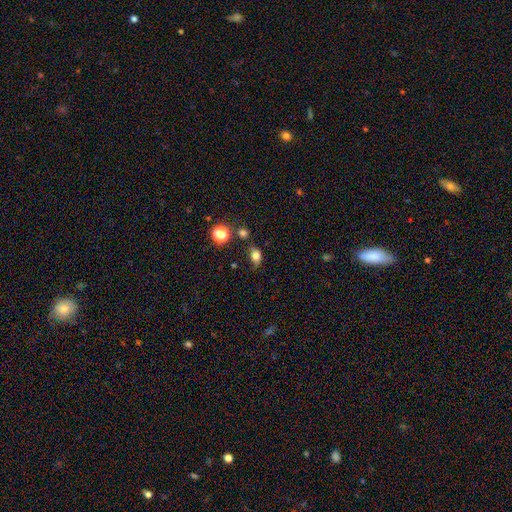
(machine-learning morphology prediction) Q: Smooth or featured?
A: smooth (77%); runner-up: star or artifact (14%)
Q: How rounded?
A: in between (66%); runner-up: round (32%)
Q: Merging?
A: none (58%); runner-up: minor disturbance (27%)